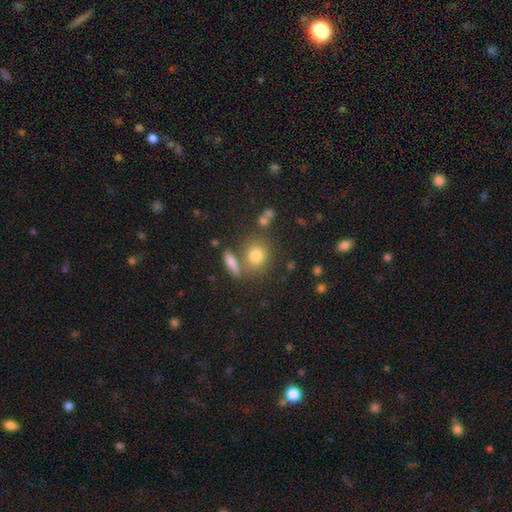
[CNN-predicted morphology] A smooth galaxy with no disk features (76%) that is round (69%). Merging: none (68%).